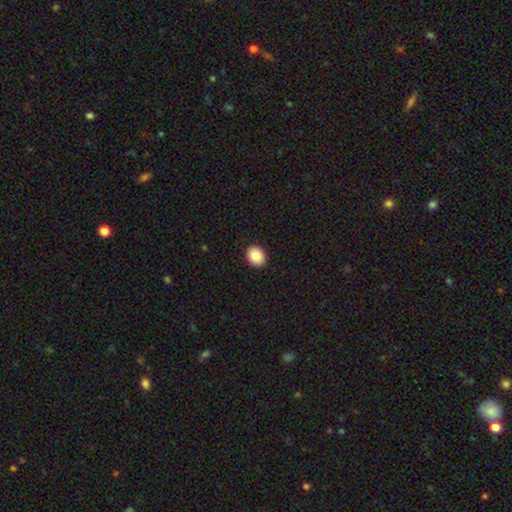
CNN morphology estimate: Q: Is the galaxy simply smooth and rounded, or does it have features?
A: smooth — 86%.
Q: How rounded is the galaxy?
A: in between — 53%.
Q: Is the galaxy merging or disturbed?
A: none — 92%.